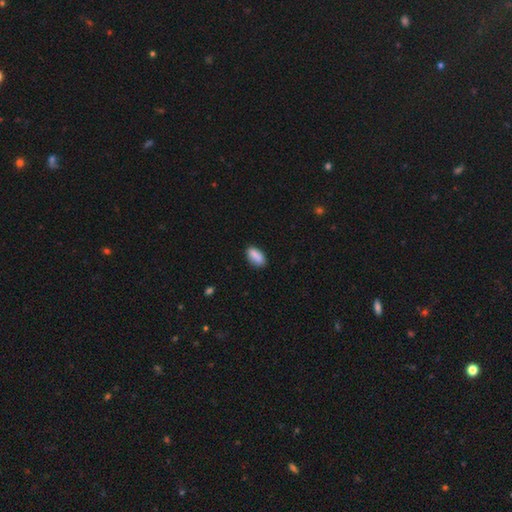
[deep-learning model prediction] This appears to be a smooth galaxy with no disk features (87%) that is in between round and cigar-shaped (89%). Merging: none (81%).